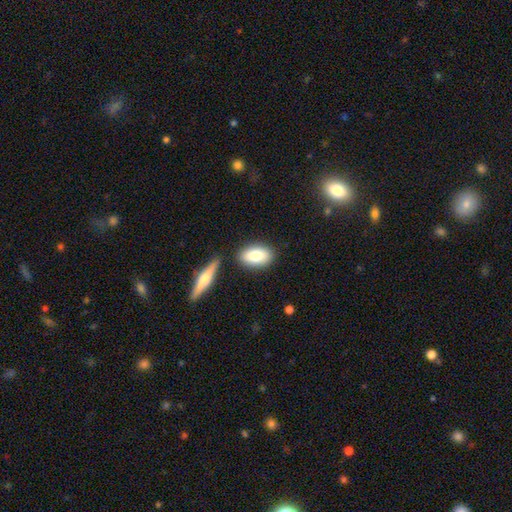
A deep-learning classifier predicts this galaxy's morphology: Overall: smooth (78%). How rounded: in between (90%). Merging: none (79%).